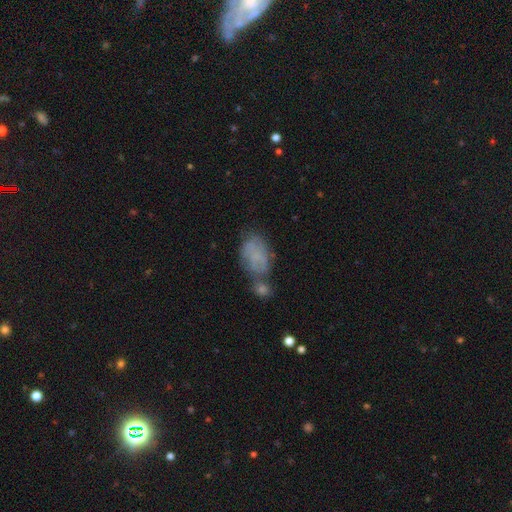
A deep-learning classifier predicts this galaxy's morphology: smooth_or_featured: smooth (p=0.45) [alt: featured or disk p=0.42]
merging: none (p=0.36) [alt: merger p=0.30]